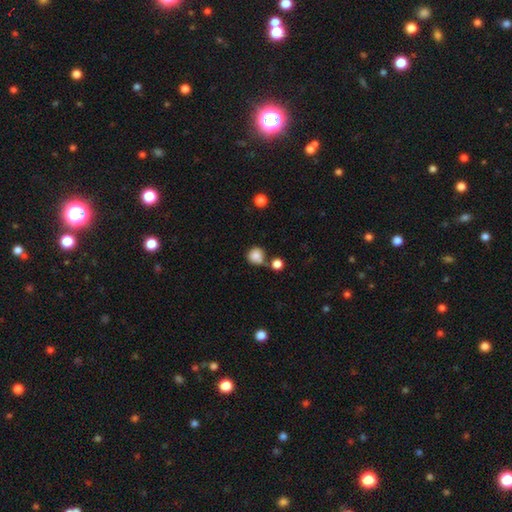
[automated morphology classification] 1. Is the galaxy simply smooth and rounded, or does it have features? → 84% smooth, 10% star or artifact, 6% featured or disk.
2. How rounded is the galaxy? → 90% round, 9% in between, 1% cigar-shaped.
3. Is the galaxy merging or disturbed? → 61% none, 20% merger, 14% minor disturbance, 4% major disturbance.